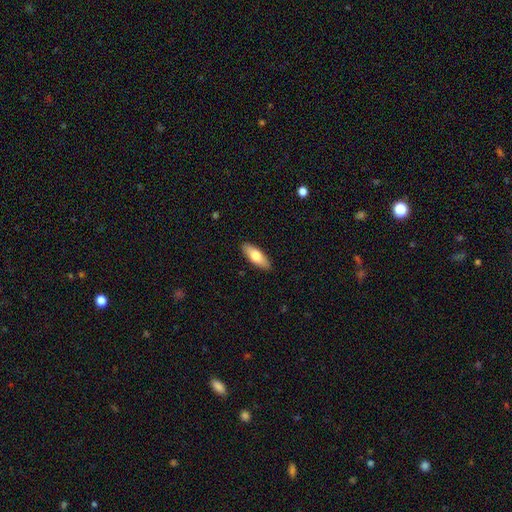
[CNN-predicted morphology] This is likely a smooth galaxy (72%). How rounded: likely in between (69%). Merging: clearly none (89%).